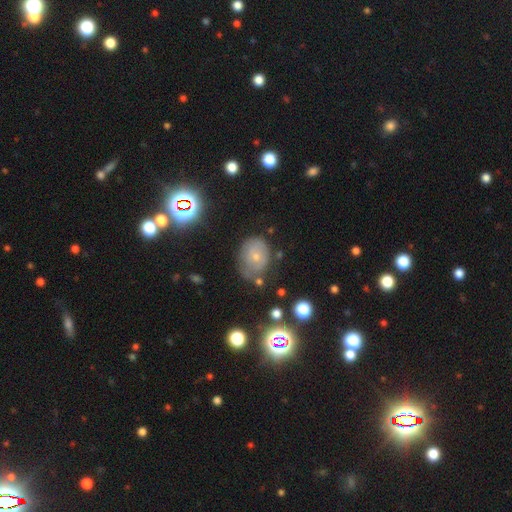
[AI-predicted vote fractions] Smooth or featured? smooth (48%)
Merging? none (57%)